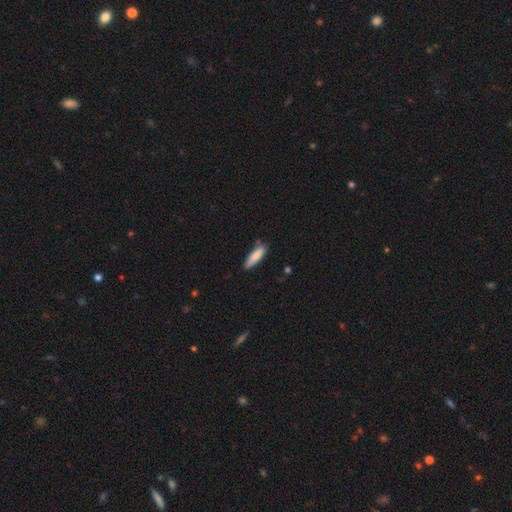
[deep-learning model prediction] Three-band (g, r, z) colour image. It shows a smooth galaxy with no disk features (84%) that is cigar-shaped (64%). Merging: none (73%).